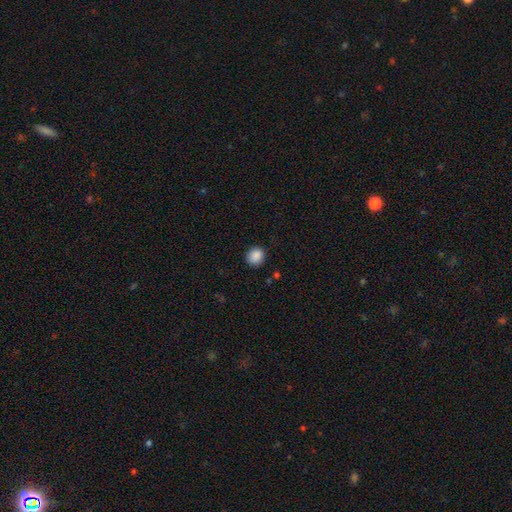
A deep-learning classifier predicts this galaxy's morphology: This appears to be a smooth galaxy with no disk features (88%) that is round (83%). Merging: none (88%).